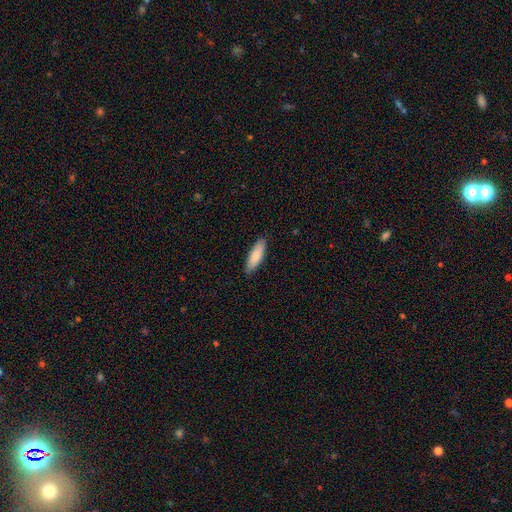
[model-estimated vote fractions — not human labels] Smooth or featured: smooth — 82% (featured or disk — 12%)
How rounded: cigar-shaped — 51% (in between — 48%)
Merging: none — 88% (minor disturbance — 9%)